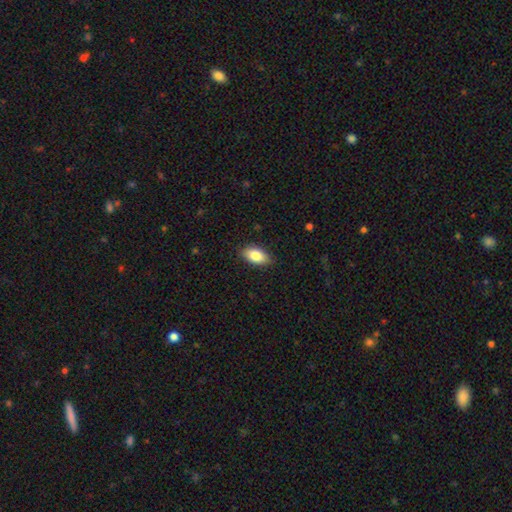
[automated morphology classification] A smooth galaxy with no disk features (82%) that is in between round and cigar-shaped (90%). Merging: none (84%).